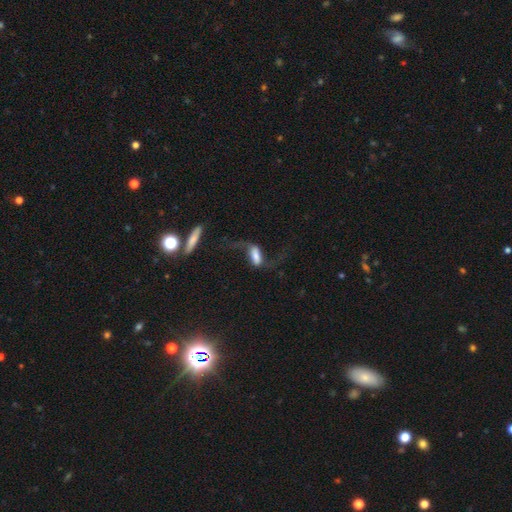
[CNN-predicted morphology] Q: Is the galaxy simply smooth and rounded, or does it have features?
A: featured or disk — 57%.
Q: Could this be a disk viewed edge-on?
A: no — 82%.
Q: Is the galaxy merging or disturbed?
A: none — 43%.